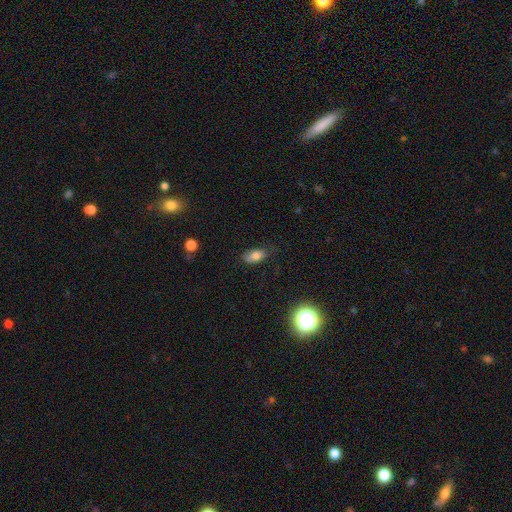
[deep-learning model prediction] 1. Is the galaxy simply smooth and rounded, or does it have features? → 75% smooth, 13% featured or disk, 11% star or artifact.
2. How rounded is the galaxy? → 88% in between, 7% round, 5% cigar-shaped.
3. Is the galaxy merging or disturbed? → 71% none, 22% minor disturbance, 5% major disturbance, 2% merger.